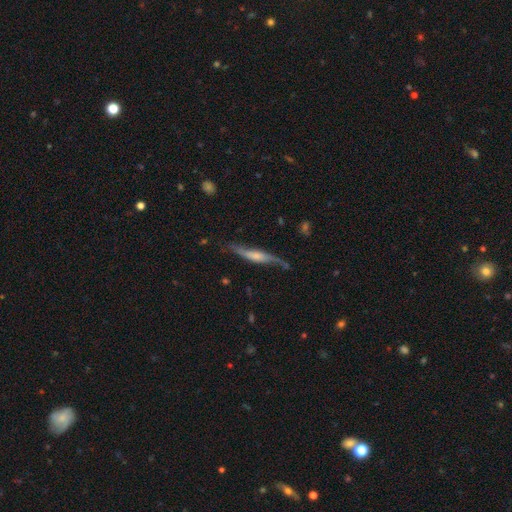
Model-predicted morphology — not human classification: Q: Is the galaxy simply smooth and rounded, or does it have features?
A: featured or disk — 66%.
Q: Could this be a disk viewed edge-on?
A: yes — 68%.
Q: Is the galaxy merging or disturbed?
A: none — 59%.